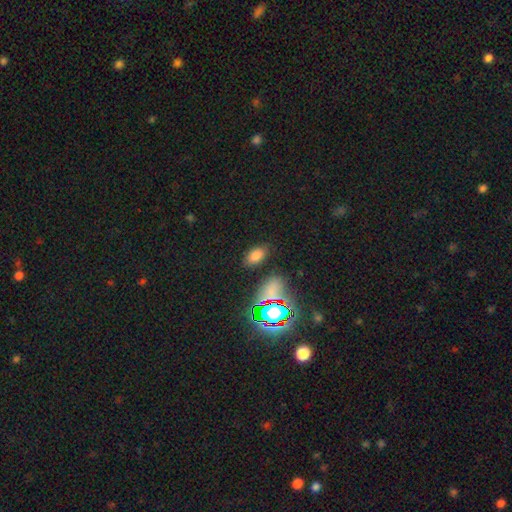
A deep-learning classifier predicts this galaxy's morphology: Smooth or featured? smooth (74%)
How rounded? in between (91%)
Merging? none (83%)